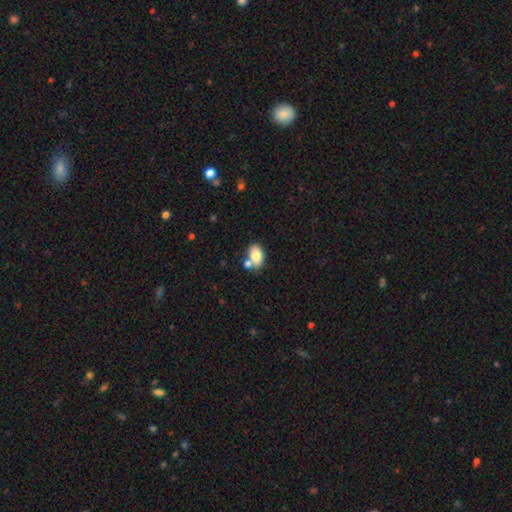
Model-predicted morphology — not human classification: smooth_or_featured: smooth (p=0.79) [alt: featured or disk p=0.13]
how_rounded: in between (p=0.81) [alt: round p=0.17]
merging: none (p=0.57) [alt: merger p=0.26]